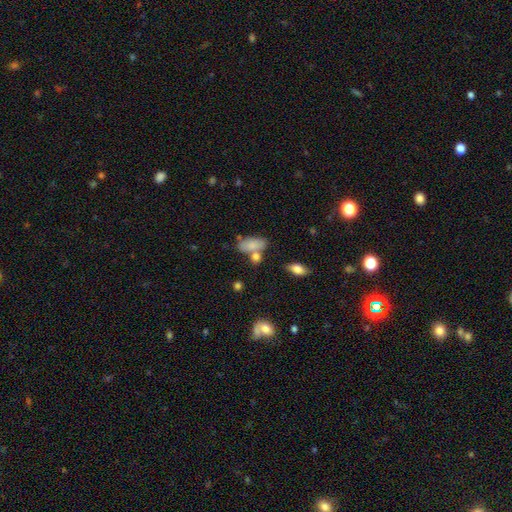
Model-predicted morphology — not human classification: The model was most divided on "merging": none: 52%, merger: 23%, minor disturbance: 18%, major disturbance: 7%. More confident: how rounded — in between (83%); smooth or featured — smooth (77%).